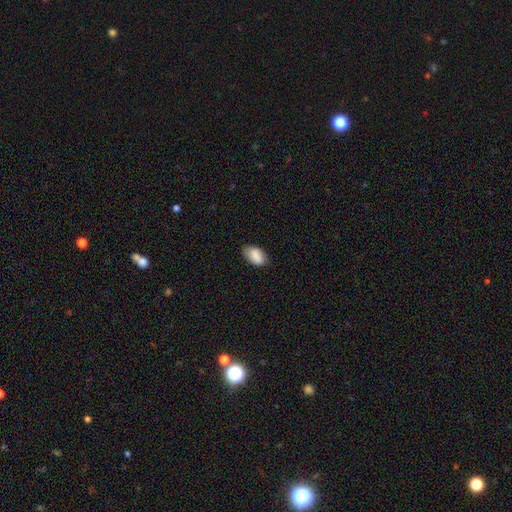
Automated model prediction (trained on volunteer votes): Morphology: type=smooth (88%); roundness=in between (93%); merging=none (77%).